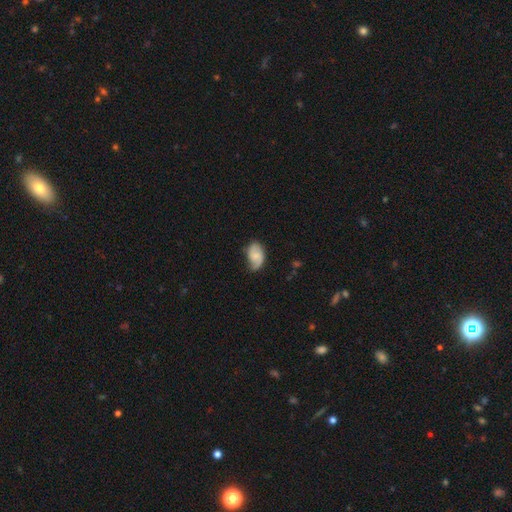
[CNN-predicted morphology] type=smooth (50%); roundness=in between (88%); merging=none (55%).